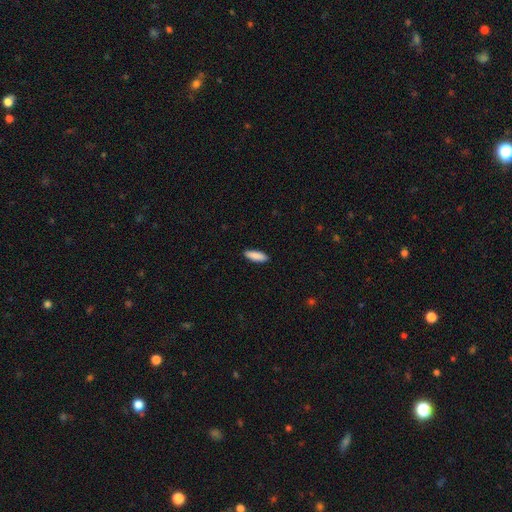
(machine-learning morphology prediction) smooth-or-featured: smooth: 90% | star or artifact: 6% | featured or disk: 4%
  how-rounded: in between: 53% | cigar-shaped: 45% | round: 2%
  merging: none: 91% | minor disturbance: 7% | major disturbance: 2% | merger: 1%